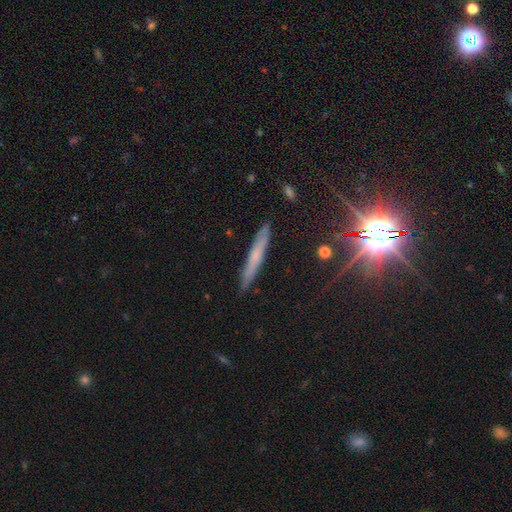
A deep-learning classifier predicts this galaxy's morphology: This is possibly a smooth galaxy (45%). Merging: clearly none (87%).